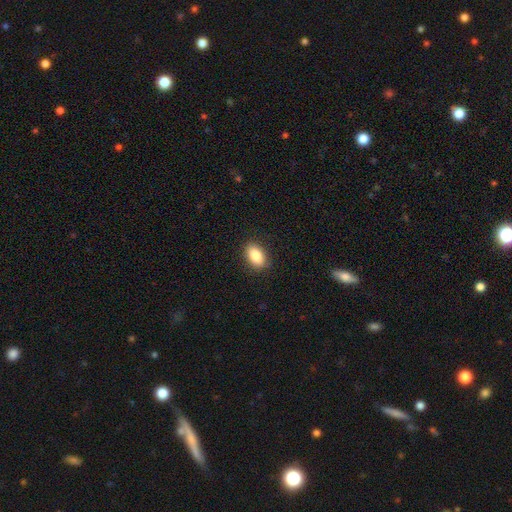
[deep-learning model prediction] smooth 85%, star or artifact 8%, featured or disk 7%. Down the decision tree: how rounded — in between (89%); merging — none (88%).